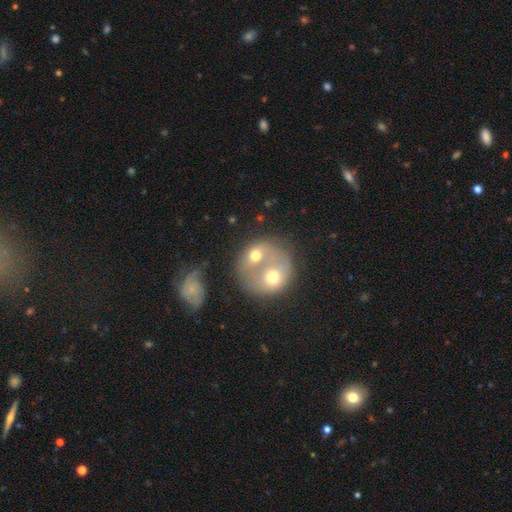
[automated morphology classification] smooth 48%, featured or disk 41%, star or artifact 11%. Down the decision tree: merging — merger (75%).